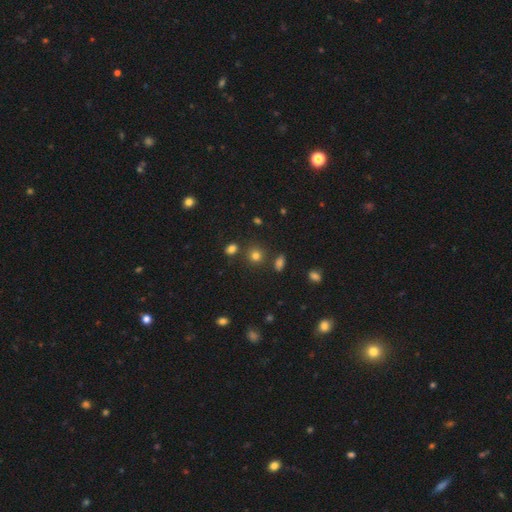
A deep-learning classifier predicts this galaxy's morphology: Smooth or featured? Predicted: smooth (p=0.78). How rounded? Predicted: round (p=0.84). Merging? Predicted: none (p=0.80).